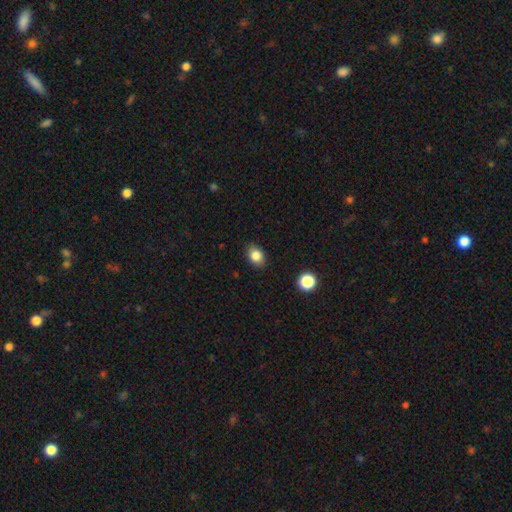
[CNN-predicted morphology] Smooth or featured? smooth (83%)
How rounded? in between (70%)
Merging? none (86%)